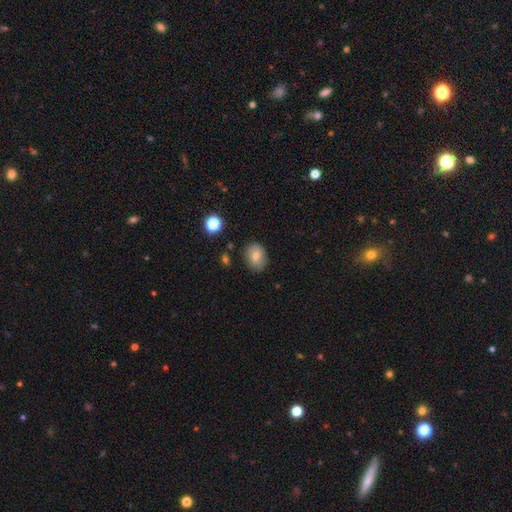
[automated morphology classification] Overall: smooth (77%). How rounded: in between (58%; round 41%). Merging: none (79%).